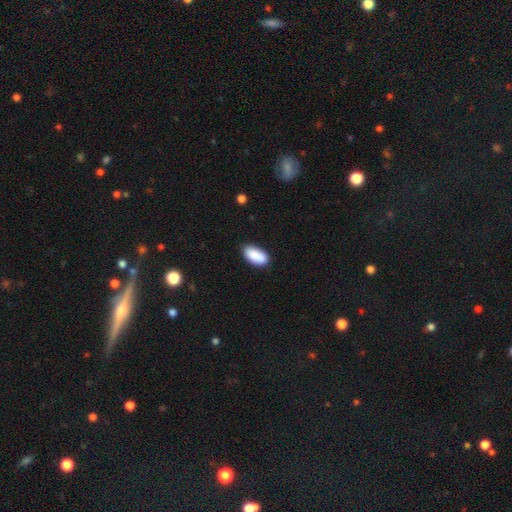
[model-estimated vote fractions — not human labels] This appears to be a smooth galaxy with no disk features (90%) that is in between round and cigar-shaped (94%). Merging: none (85%).